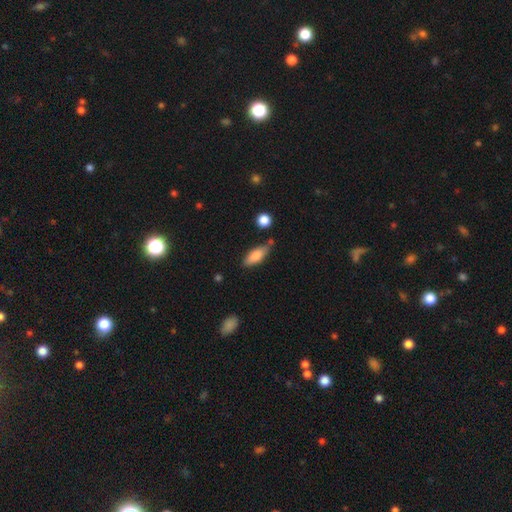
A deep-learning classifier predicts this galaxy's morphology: Smooth or featured: smooth — 80% (featured or disk — 14%)
How rounded: in between — 71% (cigar-shaped — 27%)
Merging: none — 66% (minor disturbance — 21%)